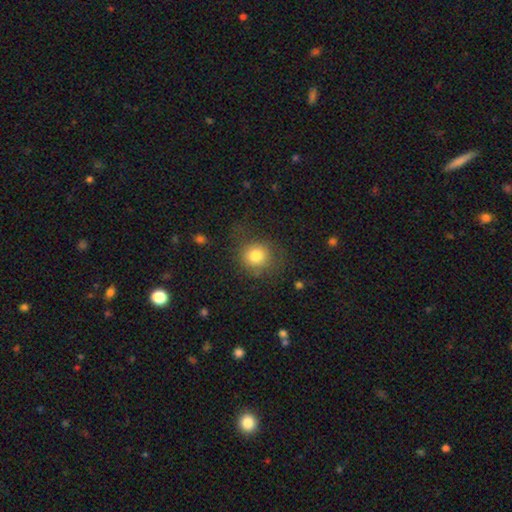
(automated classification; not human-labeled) smooth_or_featured: smooth (p=0.80) [alt: star or artifact p=0.11]
how_rounded: round (p=0.86) [alt: in between p=0.13]
merging: none (p=0.71) [alt: minor disturbance p=0.17]